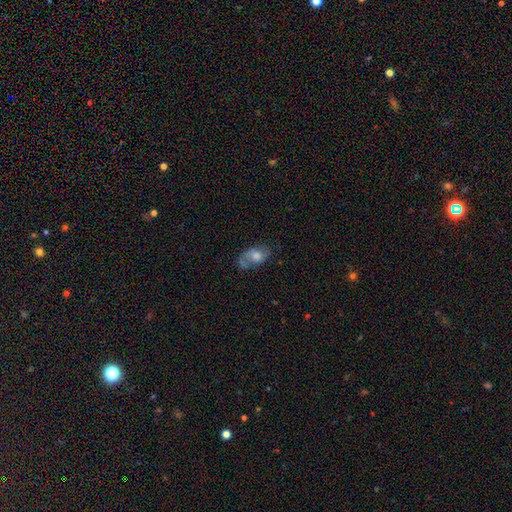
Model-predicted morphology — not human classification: The model was most divided on "smooth or featured": featured or disk: 53%, smooth: 38%, star or artifact: 9%. More confident: edge-on disk — no (93%); merging — none (55%).